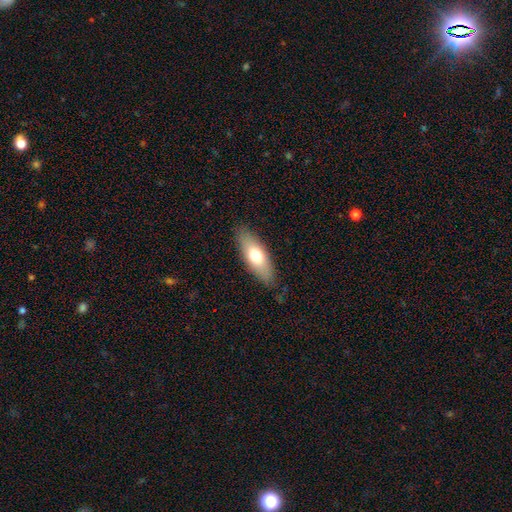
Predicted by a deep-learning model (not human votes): Smooth or featured?
  - smooth: 68% *
  - featured or disk: 26%
  - star or artifact: 6%
How rounded?
  - in between: 68% *
  - cigar-shaped: 30%
  - round: 2%
Merging?
  - none: 85% *
  - minor disturbance: 12%
  - major disturbance: 3%
  - merger: 1%